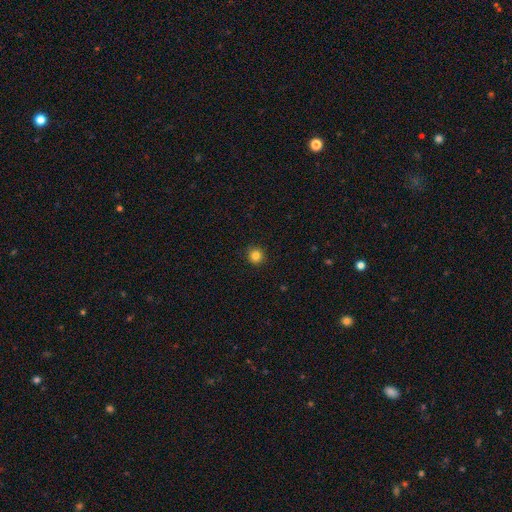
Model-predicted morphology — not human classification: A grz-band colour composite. It shows a smooth galaxy with no disk features (84%) that is round (95%). Merging: none (93%).